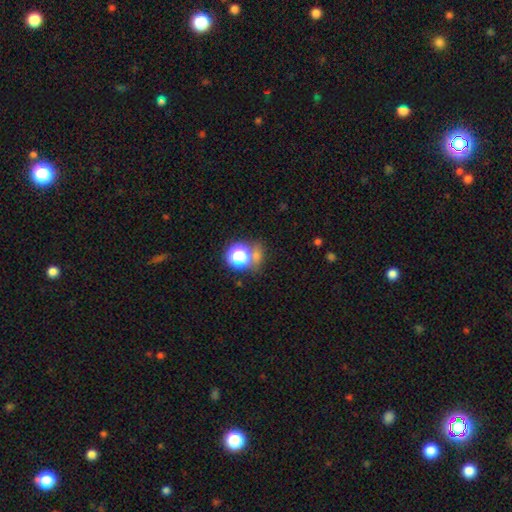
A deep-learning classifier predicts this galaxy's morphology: Overall: smooth (58%; star or artifact 33%). How rounded: round (76%). Merging: none (61%).